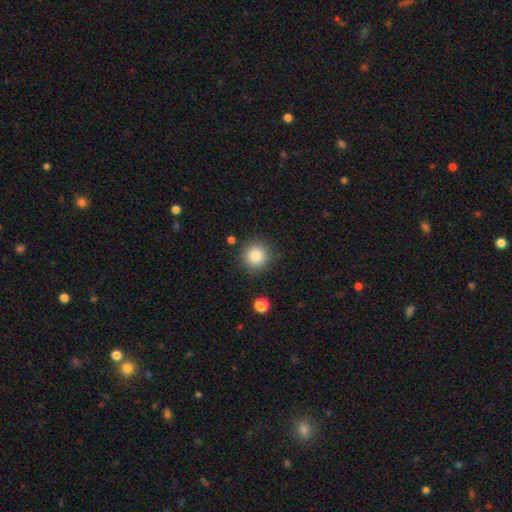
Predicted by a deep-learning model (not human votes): This appears to be a smooth galaxy with no disk features (85%) that is round (93%). Merging: none (86%).